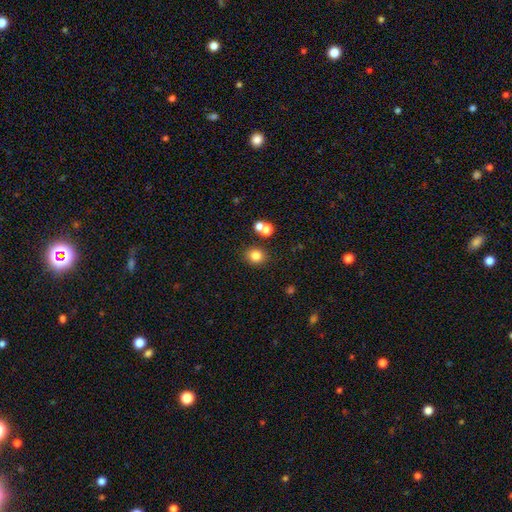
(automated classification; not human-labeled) smooth_or_featured: smooth (p=0.81) [alt: star or artifact p=0.13]
how_rounded: round (p=0.67) [alt: in between p=0.32]
merging: none (p=0.79) [alt: minor disturbance p=0.09]